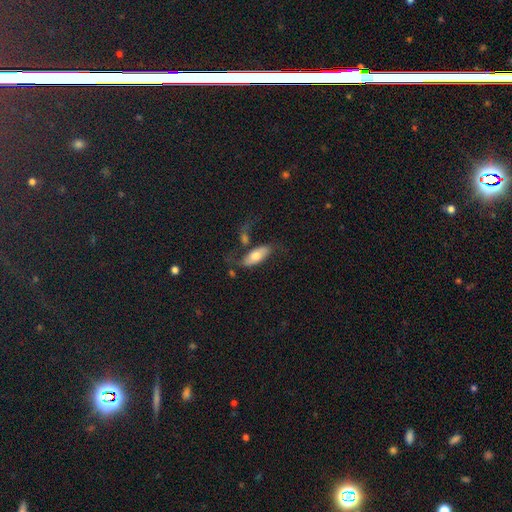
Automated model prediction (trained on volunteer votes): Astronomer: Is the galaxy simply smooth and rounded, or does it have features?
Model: smooth — 63%.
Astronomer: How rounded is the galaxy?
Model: in between — 79%.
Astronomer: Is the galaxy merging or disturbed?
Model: none — 43% (runner-up: minor disturbance, 19%).